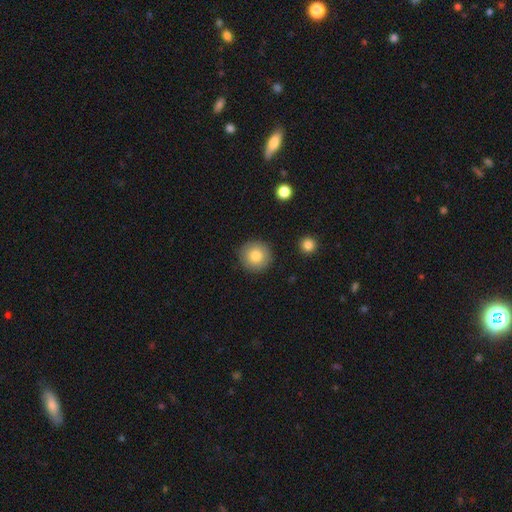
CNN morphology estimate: smooth_or_featured: smooth (p=0.80) [alt: featured or disk p=0.11]
how_rounded: round (p=0.95) [alt: in between p=0.04]
merging: none (p=0.89) [alt: minor disturbance p=0.07]